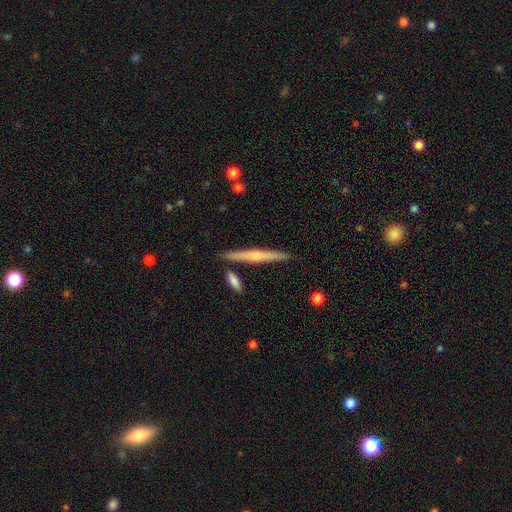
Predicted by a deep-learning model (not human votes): Smooth or featured?
  - smooth: 47% * (tied)
  - featured or disk: 47% * (tied)
  - star or artifact: 6%
Merging?
  - none: 87% *
  - minor disturbance: 8%
  - merger: 4%
  - major disturbance: 2%